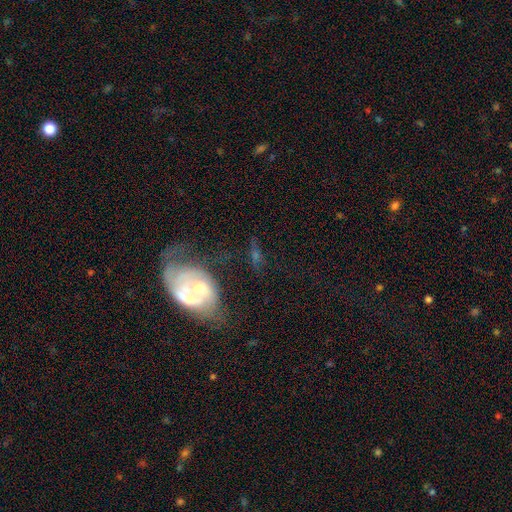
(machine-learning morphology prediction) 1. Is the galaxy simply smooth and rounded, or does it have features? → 60% featured or disk, 27% smooth, 13% star or artifact.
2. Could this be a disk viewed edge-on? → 91% no, 9% yes.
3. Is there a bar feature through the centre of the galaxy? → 72% no, 20% weak, 8% strong.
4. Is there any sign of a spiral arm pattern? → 52% yes, 48% no.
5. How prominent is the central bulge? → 55% moderate, 28% small, 7% large, 7% none, 3% dominant.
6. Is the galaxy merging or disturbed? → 42% merger, 25% none, 20% major disturbance, 13% minor disturbance.